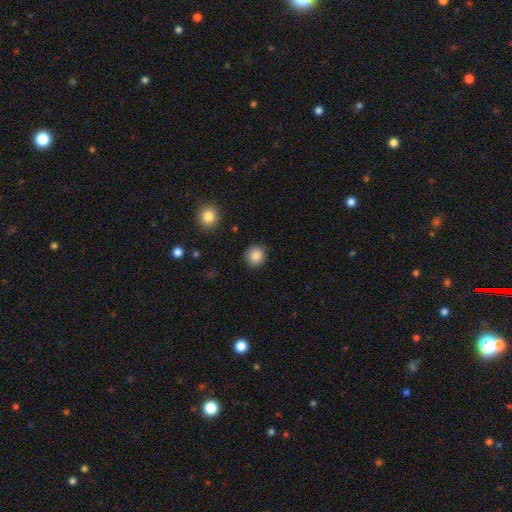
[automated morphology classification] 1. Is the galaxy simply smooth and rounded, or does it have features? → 88% smooth, 9% star or artifact, 3% featured or disk.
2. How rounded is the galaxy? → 91% round, 8% in between, 1% cigar-shaped.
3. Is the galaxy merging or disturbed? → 89% none, 7% minor disturbance, 2% major disturbance, 1% merger.